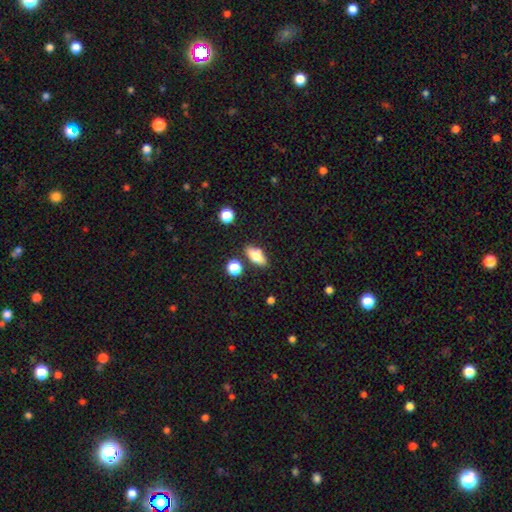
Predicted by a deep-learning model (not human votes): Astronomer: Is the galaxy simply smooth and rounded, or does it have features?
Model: smooth — 71%.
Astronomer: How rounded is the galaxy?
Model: in between — 77%.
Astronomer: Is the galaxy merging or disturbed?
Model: none — 78%.